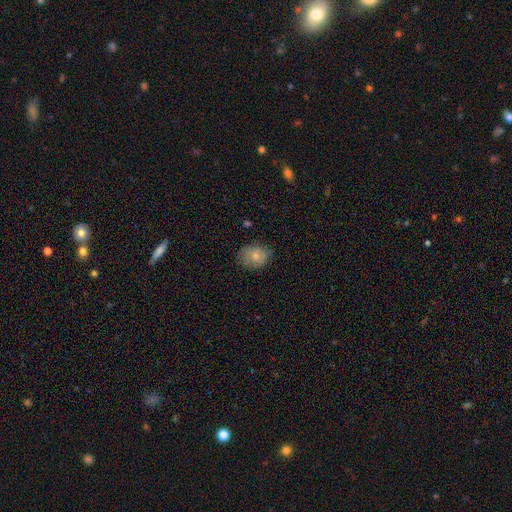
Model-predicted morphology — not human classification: Smooth or featured: smooth — 77% (featured or disk — 15%)
How rounded: in between — 53% (round — 46%)
Merging: none — 68% (minor disturbance — 24%)